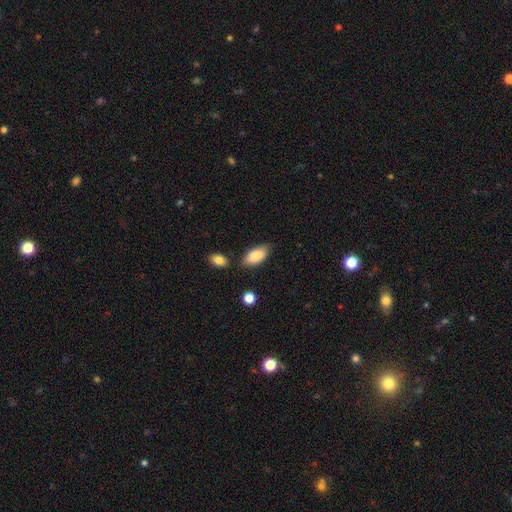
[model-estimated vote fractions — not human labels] smooth-or-featured: smooth: 86% | featured or disk: 8% | star or artifact: 6%
  how-rounded: in between: 91% | cigar-shaped: 7% | round: 2%
  merging: none: 76% | minor disturbance: 16% | merger: 5% | major disturbance: 3%